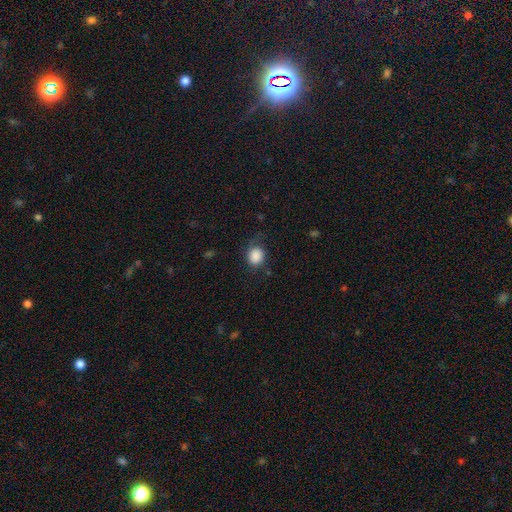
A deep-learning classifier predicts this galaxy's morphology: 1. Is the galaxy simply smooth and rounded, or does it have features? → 86% smooth, 8% star or artifact, 6% featured or disk.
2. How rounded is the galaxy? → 69% round, 30% in between, 1% cigar-shaped.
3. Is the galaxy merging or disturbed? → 64% none, 23% minor disturbance, 11% major disturbance, 2% merger.